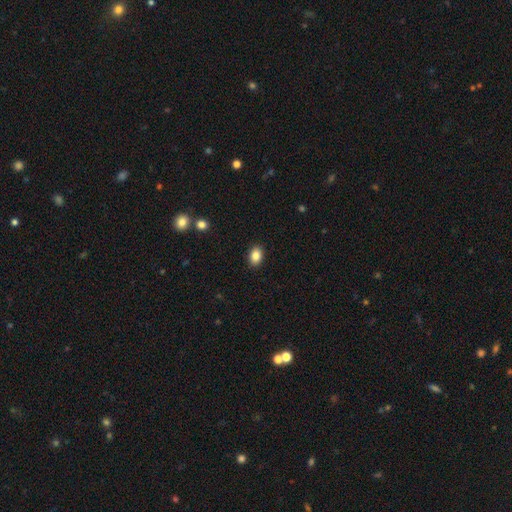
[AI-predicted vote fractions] Smooth or featured? smooth (86%)
How rounded? in between (81%)
Merging? none (90%)